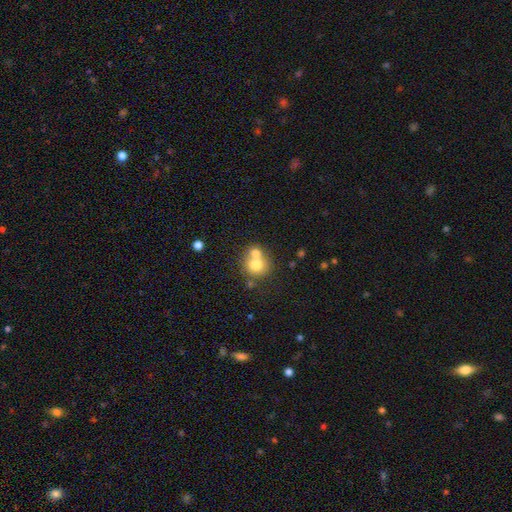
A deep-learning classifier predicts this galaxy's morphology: This appears to be a smooth galaxy with no disk features (71%) that is round (83%). Merging: merger (52%).